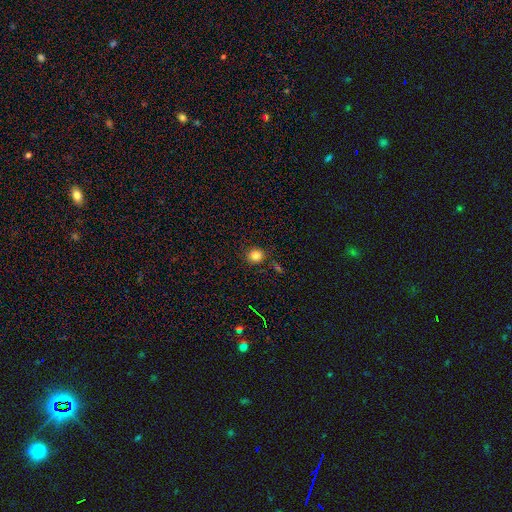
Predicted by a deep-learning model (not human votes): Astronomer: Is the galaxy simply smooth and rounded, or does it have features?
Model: smooth — 83%.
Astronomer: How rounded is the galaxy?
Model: round — 81%.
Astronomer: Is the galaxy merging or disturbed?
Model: none — 84%.